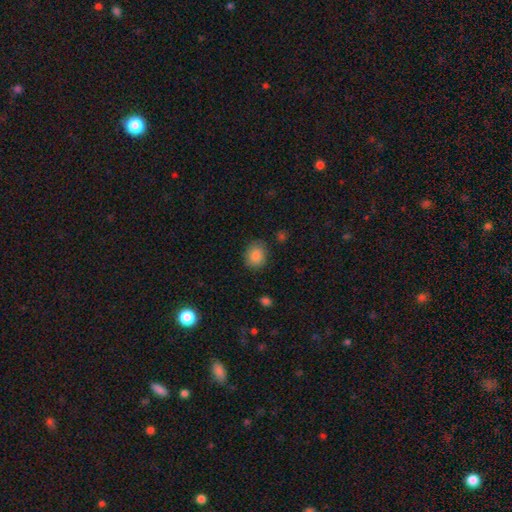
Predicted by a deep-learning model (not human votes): smooth_or_featured: smooth (p=0.86) [alt: star or artifact p=0.09]
how_rounded: round (p=0.65) [alt: in between p=0.34]
merging: none (p=0.80) [alt: minor disturbance p=0.14]